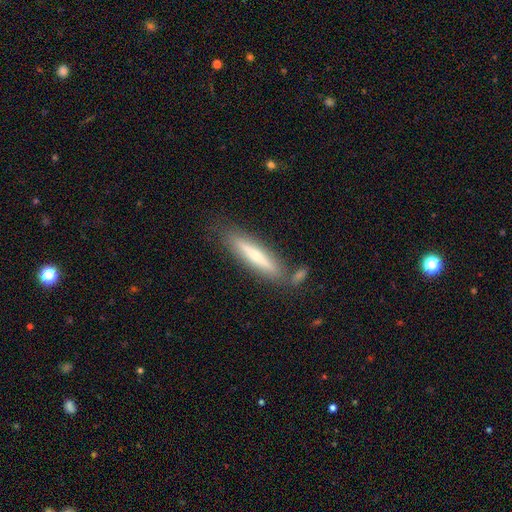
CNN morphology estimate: Q: Smooth or featured?
A: smooth (49%); runner-up: featured or disk (44%)
Q: Merging?
A: none (74%); runner-up: minor disturbance (13%)